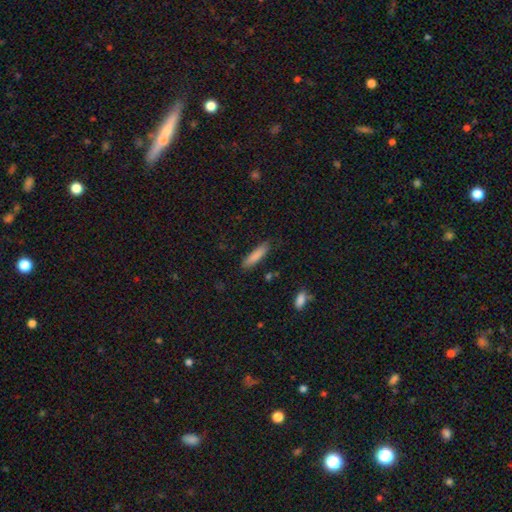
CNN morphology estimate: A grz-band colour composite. It shows a smooth galaxy with no disk features (85%) that is cigar-shaped (77%). Merging: none (84%).